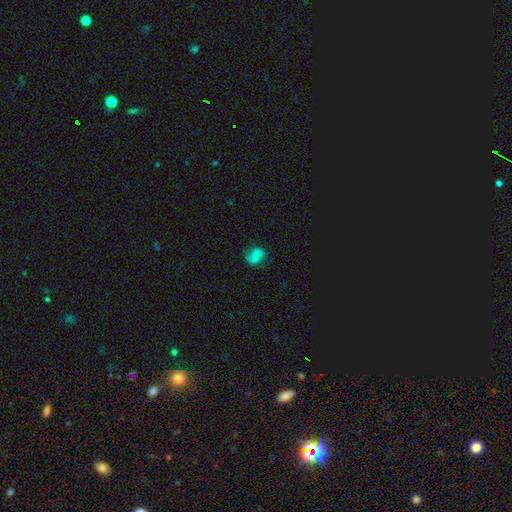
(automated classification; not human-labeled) This appears to be a smooth galaxy with no disk features (51%) that is in between round and cigar-shaped (60%). Merging: none (65%).